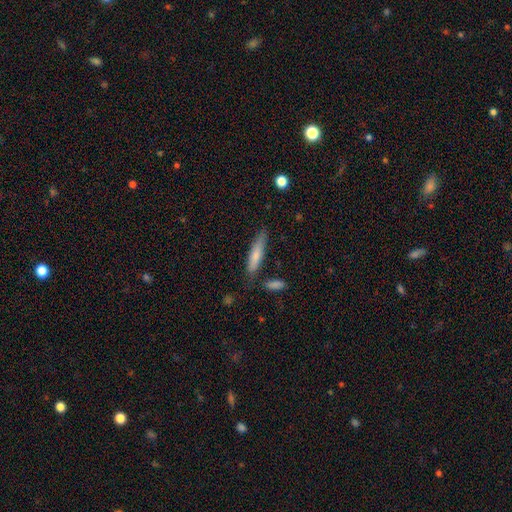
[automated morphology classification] Smooth or featured?
  - smooth: 74% *
  - featured or disk: 20%
  - star or artifact: 6%
How rounded?
  - cigar-shaped: 80% *
  - in between: 19%
  - round: 1%
Merging?
  - none: 72% *
  - minor disturbance: 18%
  - merger: 6%
  - major disturbance: 4%